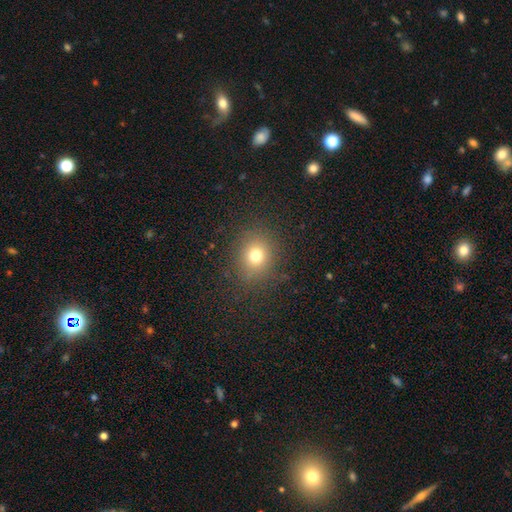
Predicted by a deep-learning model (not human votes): A smooth galaxy with no disk features (74%) that is round (78%). Merging: none (85%).